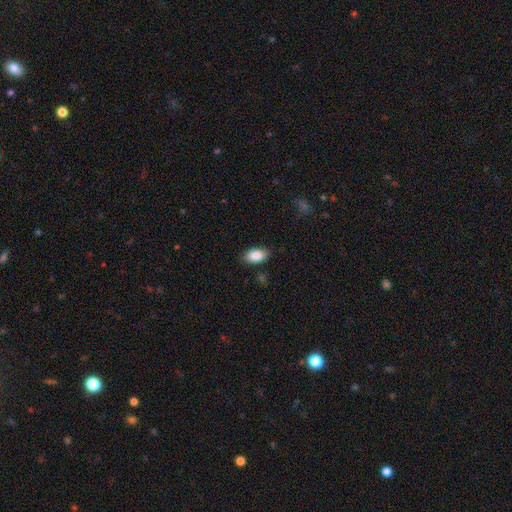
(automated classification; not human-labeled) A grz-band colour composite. It shows a smooth galaxy with no disk features (87%) that is in between round and cigar-shaped (92%). Merging: none (84%).